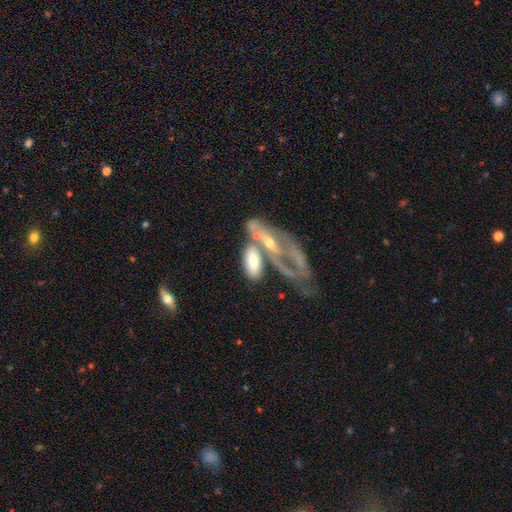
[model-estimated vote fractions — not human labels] The model was most divided on "bulge size": small: 47%, moderate: 38%, none: 10%, large: 4%, dominant: 2%. More confident: edge-on disk — no (82%); smooth or featured — featured or disk (70%); bar — no (60%); spiral arms — yes (57%); merging — merger (52%).